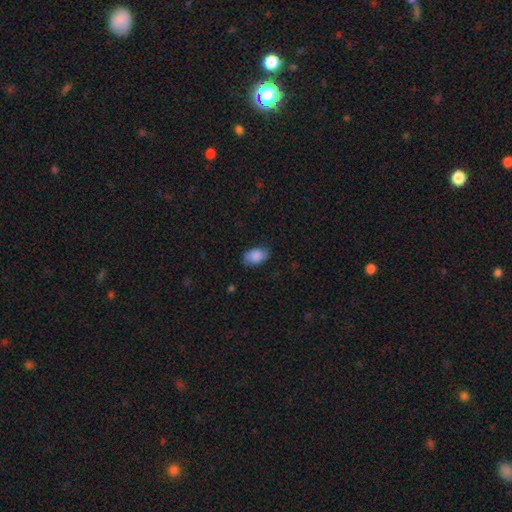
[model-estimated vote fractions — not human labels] This is clearly a smooth galaxy (87%). How rounded: clearly in between (90%). Merging: likely none (79%).